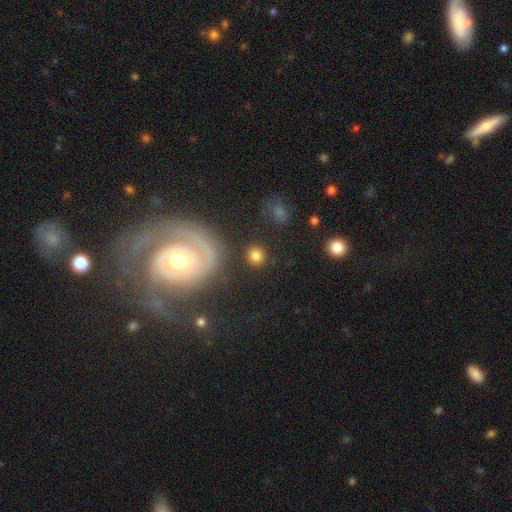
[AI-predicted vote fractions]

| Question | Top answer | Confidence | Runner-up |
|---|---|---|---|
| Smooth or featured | smooth | 81% | star or artifact (11%) |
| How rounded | round | 88% | in between (11%) |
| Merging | none | 87% | minor disturbance (7%) |